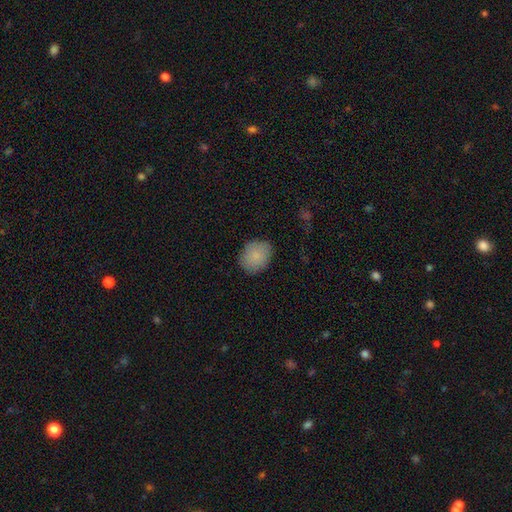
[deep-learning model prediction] A smooth galaxy with no disk features (86%) that is round (58%). Merging: none (83%).